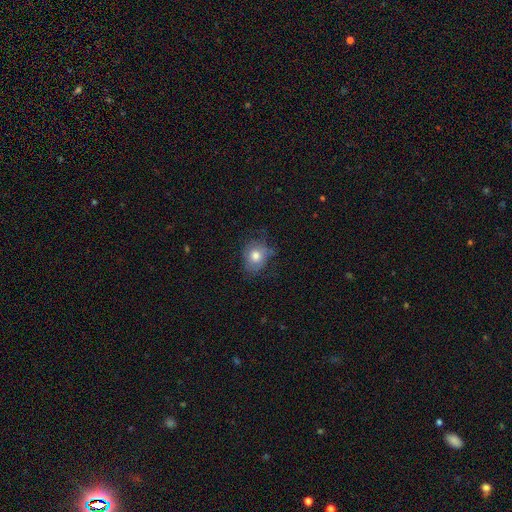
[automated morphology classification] Overall: smooth (75%). How rounded: round (62%; in between 37%). Merging: none (60%; minor disturbance 27%).